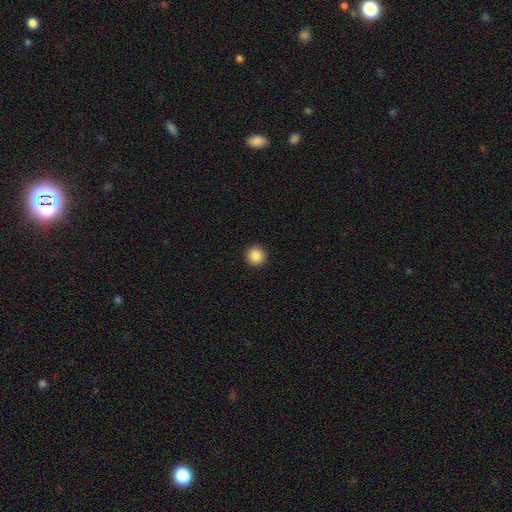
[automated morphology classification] smooth_or_featured: smooth (p=0.88) [alt: star or artifact p=0.09]
how_rounded: round (p=0.95) [alt: in between p=0.04]
merging: none (p=0.93) [alt: minor disturbance p=0.04]